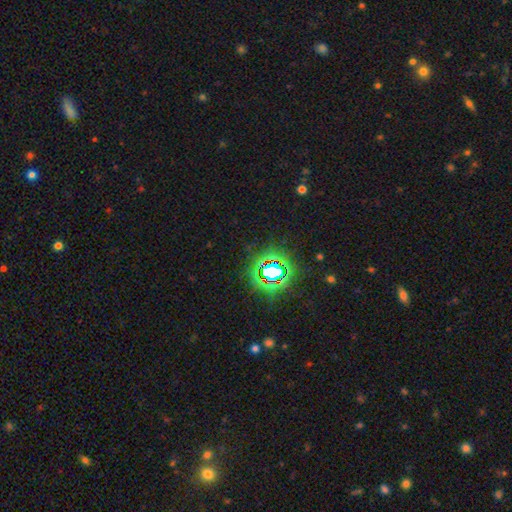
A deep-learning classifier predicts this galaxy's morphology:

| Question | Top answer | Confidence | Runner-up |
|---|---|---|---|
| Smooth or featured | star or artifact | 81% | smooth (12%) |